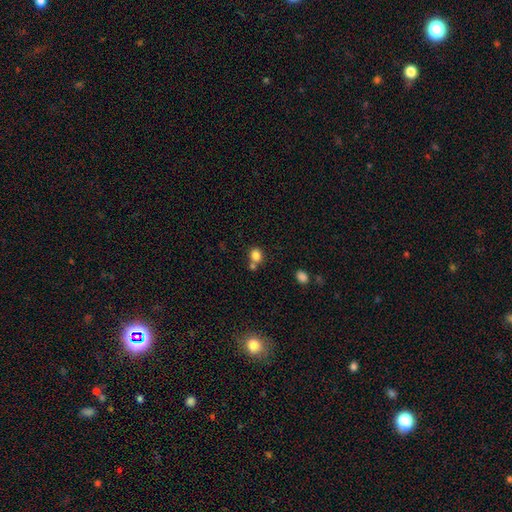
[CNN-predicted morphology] This appears to be a smooth galaxy with no disk features (83%) that is round (69%). Merging: none (55%).